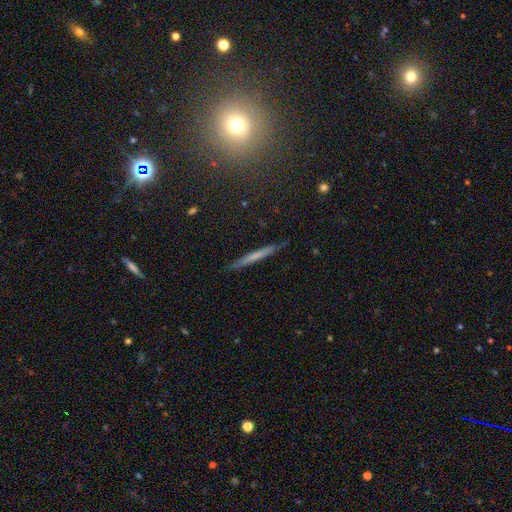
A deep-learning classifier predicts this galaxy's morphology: Overall: smooth (53%; featured or disk 39%). How rounded: cigar-shaped (96%). Merging: none (86%).